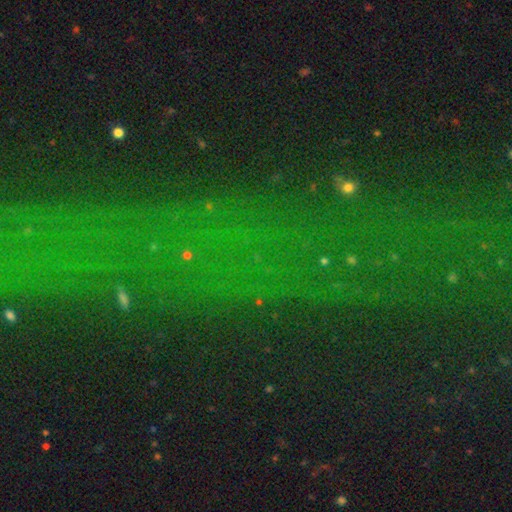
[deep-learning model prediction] smooth-or-featured: star or artifact: 75% | smooth: 14% | featured or disk: 12%